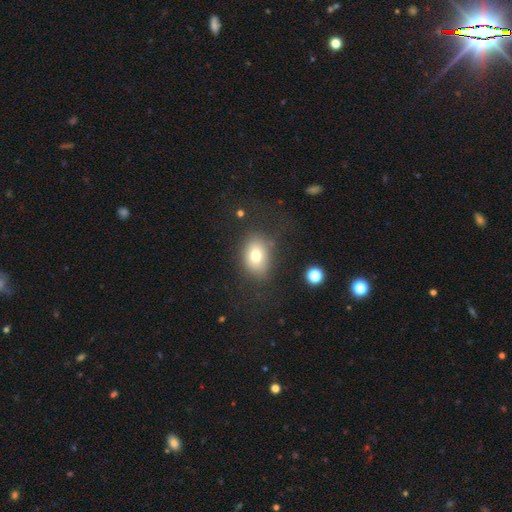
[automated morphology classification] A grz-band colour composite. It shows a smooth galaxy with no disk features (73%) that is in between round and cigar-shaped (68%). Merging: none (72%).